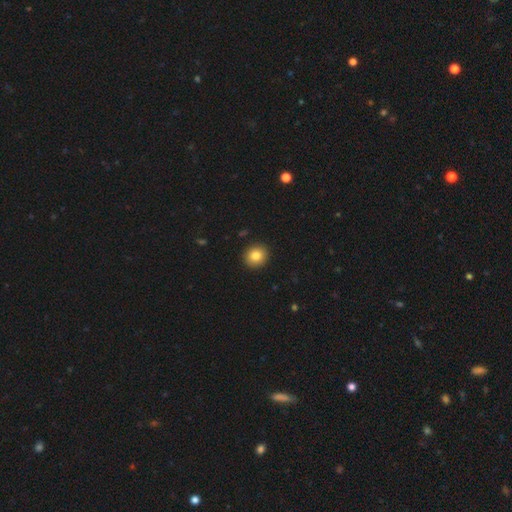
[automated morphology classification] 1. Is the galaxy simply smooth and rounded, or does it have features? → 82% smooth, 10% star or artifact, 8% featured or disk.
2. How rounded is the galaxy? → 83% round, 16% in between, 1% cigar-shaped.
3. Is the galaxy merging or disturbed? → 92% none, 5% minor disturbance, 2% major disturbance, 1% merger.